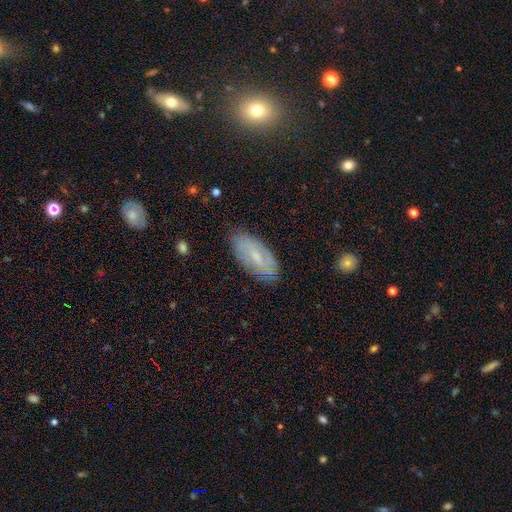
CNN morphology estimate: Overall: featured or disk (56%; smooth 34%). Edge-on disk: no (90%). Bar: weak (52%; no 29%). Spiral arms: yes (75%). Bulge size: small (57%; moderate 29%). Merging: none (80%).